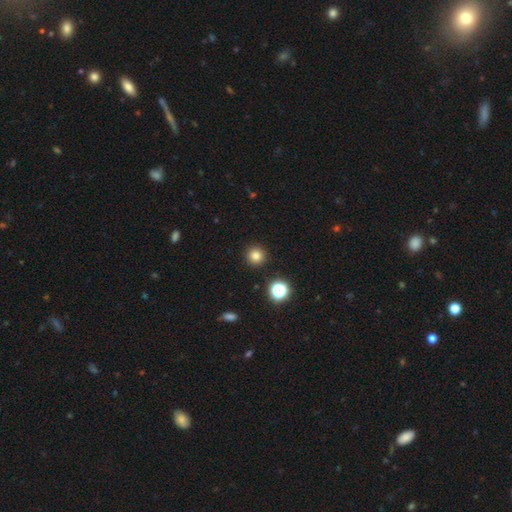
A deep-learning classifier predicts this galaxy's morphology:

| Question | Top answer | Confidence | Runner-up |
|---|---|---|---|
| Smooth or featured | smooth | 81% | star or artifact (14%) |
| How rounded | round | 95% | in between (4%) |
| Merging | none | 92% | minor disturbance (5%) |